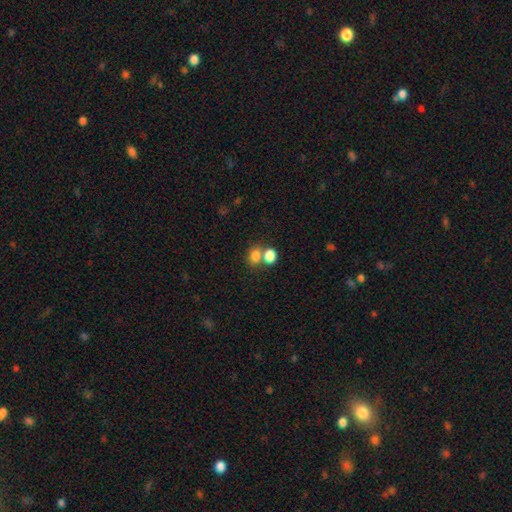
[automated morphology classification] smooth 80%, star or artifact 12%, featured or disk 8%. Down the decision tree: how rounded — in between (52%); merging — merger (46%).